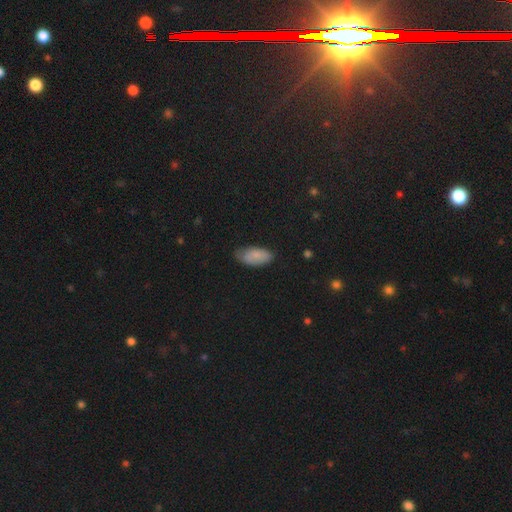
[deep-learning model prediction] A smooth galaxy with no disk features (79%) that is in between round and cigar-shaped (92%). Merging: none (63%).